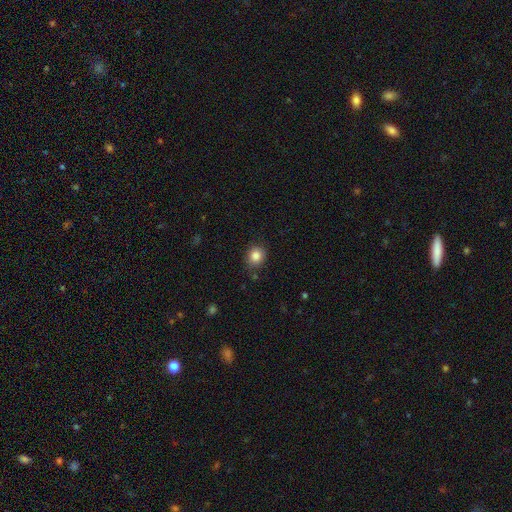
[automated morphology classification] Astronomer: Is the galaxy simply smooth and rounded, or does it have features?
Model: smooth — 85%.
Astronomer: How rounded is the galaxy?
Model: round — 76%.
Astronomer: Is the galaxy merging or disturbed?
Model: none — 83%.